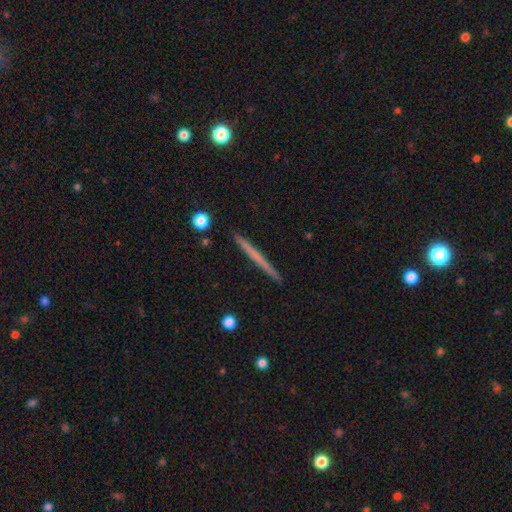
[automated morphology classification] A smooth galaxy with no disk features (48%). Merging: none (93%).